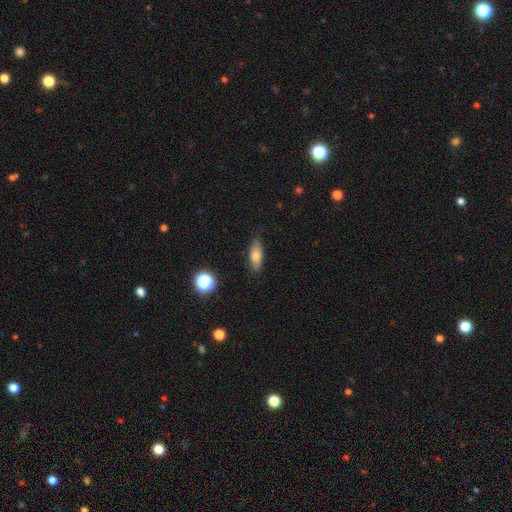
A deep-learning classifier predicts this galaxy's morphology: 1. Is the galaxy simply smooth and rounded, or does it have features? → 77% smooth, 14% featured or disk, 9% star or artifact.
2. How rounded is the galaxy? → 71% in between, 25% cigar-shaped, 4% round.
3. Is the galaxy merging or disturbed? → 81% none, 14% minor disturbance, 3% major disturbance, 1% merger.